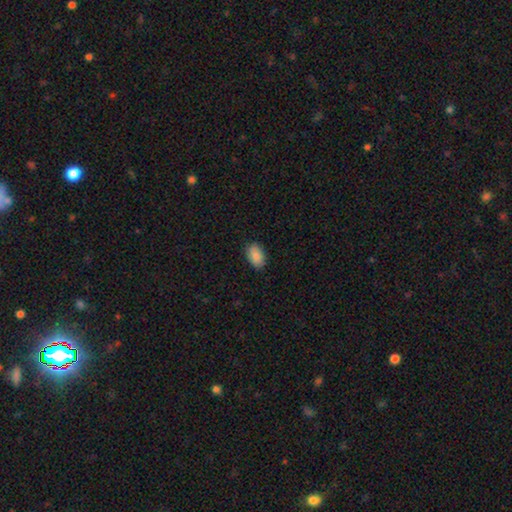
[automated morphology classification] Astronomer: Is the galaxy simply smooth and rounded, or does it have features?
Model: smooth — 89%.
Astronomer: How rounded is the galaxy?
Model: in between — 91%.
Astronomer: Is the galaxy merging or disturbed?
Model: none — 88%.